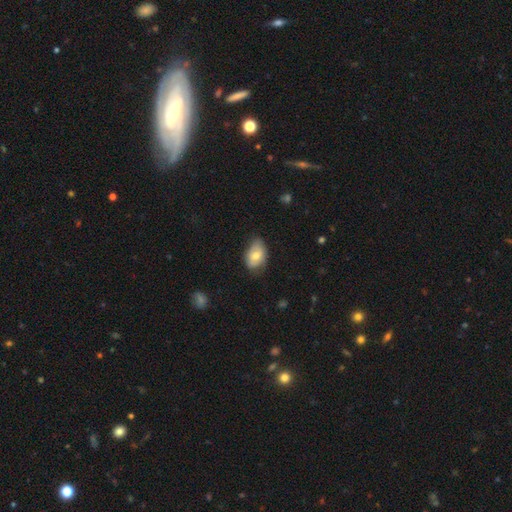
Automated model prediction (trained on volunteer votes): Smooth or featured? smooth (69%)
How rounded? in between (88%)
Merging? none (63%)